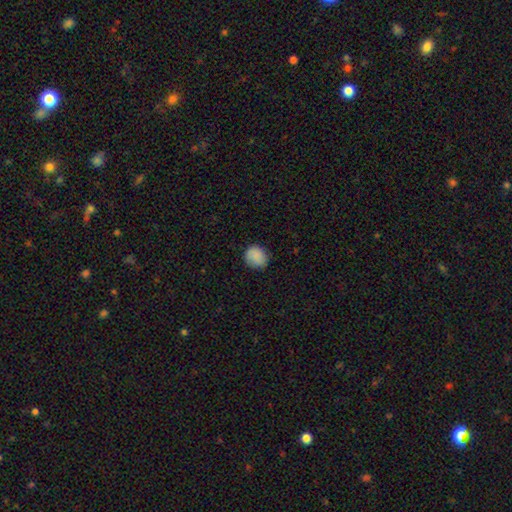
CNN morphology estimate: The model was most divided on "how rounded": round: 78%, in between: 21%, cigar-shaped: 1%. More confident: smooth or featured — smooth (87%); merging — none (80%).